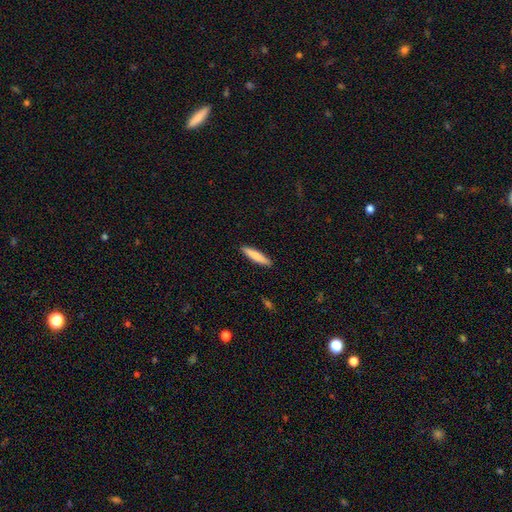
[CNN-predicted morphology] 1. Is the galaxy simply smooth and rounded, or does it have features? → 82% smooth, 13% featured or disk, 5% star or artifact.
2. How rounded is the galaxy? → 87% cigar-shaped, 12% in between, 1% round.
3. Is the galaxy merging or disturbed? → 91% none, 7% minor disturbance, 1% major disturbance, 1% merger.